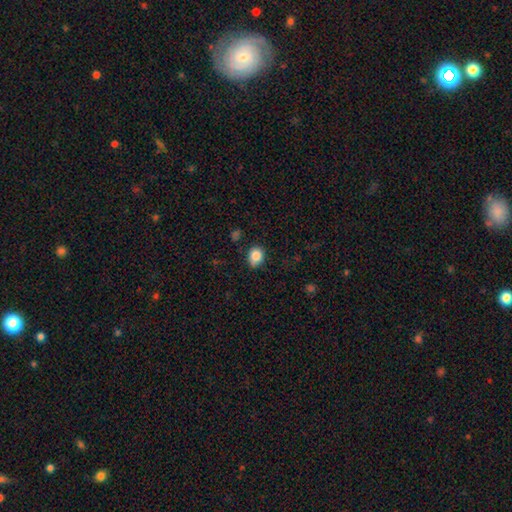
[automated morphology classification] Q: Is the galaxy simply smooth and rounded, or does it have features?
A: smooth — 86%.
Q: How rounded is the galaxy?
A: round — 55%.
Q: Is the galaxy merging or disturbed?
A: none — 74%.